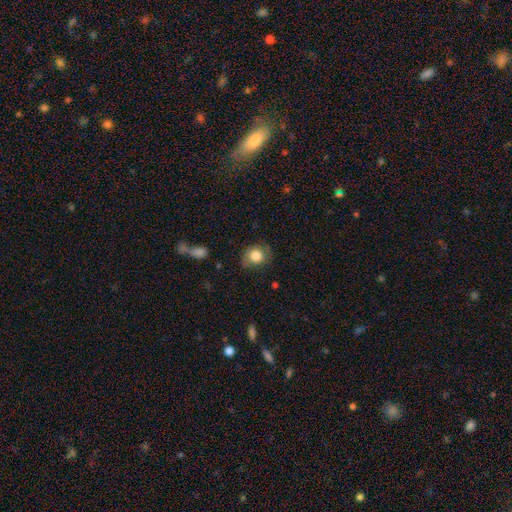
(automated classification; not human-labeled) Q: Smooth or featured?
A: smooth (82%); runner-up: featured or disk (9%)
Q: How rounded?
A: round (73%); runner-up: in between (27%)
Q: Merging?
A: none (75%); runner-up: minor disturbance (19%)